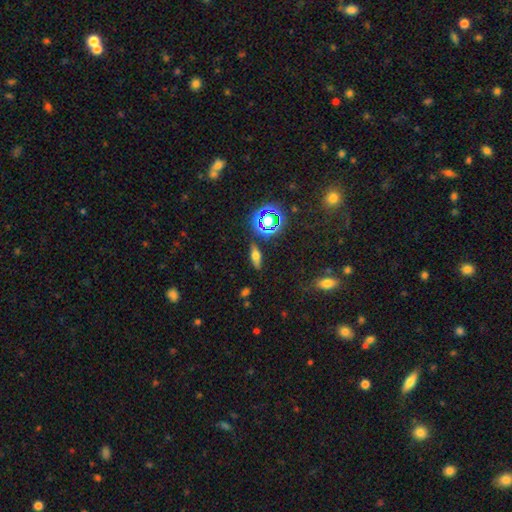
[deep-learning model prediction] The model was most divided on "smooth or featured": smooth: 49%, featured or disk: 31%, star or artifact: 21%. More confident: merging — none (84%).